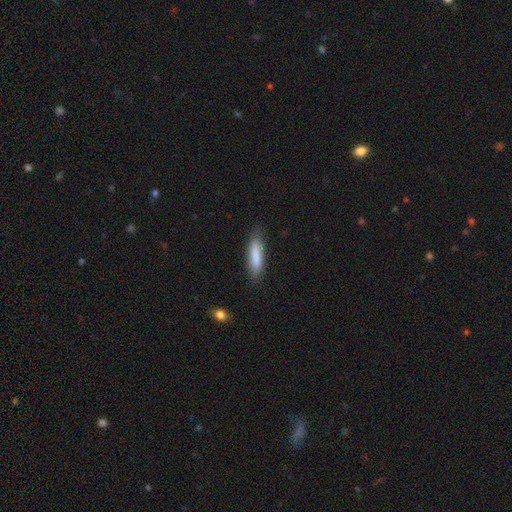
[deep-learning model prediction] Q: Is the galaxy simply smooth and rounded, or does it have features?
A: smooth — 84%.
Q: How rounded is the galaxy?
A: cigar-shaped — 72%.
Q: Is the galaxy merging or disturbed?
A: none — 81%.